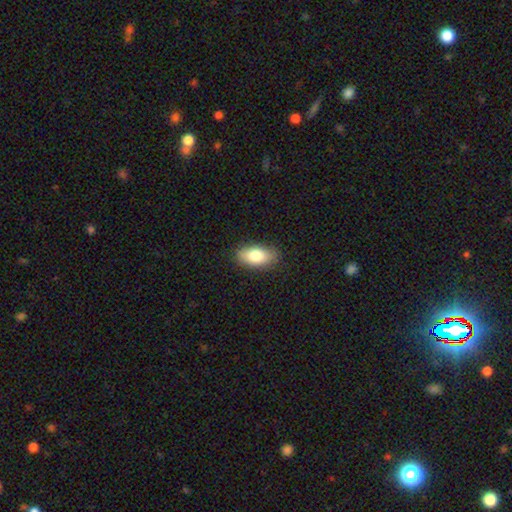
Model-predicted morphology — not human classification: type=smooth (81%); roundness=in between (90%); merging=none (86%).